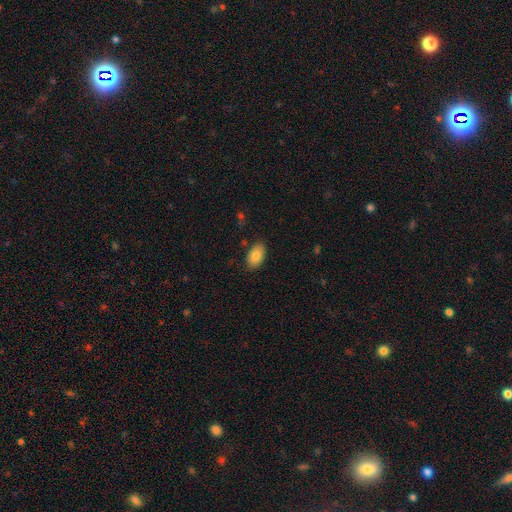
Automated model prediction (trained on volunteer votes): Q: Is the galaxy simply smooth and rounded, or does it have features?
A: smooth — 85%.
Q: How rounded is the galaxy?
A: in between — 93%.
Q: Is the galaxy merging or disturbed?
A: none — 83%.